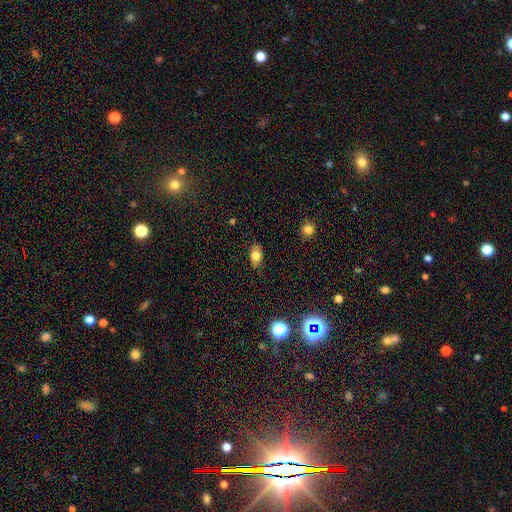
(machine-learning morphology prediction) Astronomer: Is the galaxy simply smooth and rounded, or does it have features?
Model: smooth — 77%.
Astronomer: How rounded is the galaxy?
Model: in between — 87%.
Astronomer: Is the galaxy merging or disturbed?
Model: none — 82%.